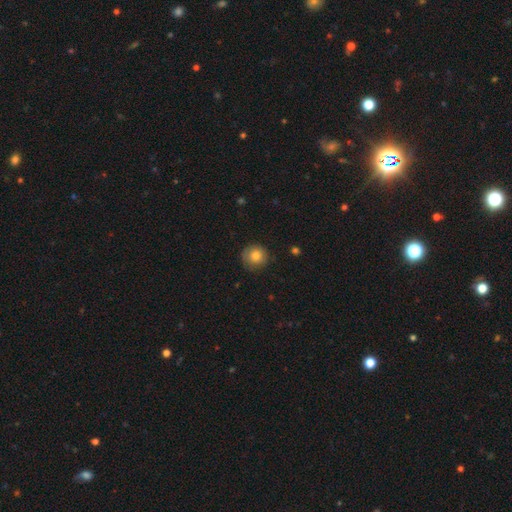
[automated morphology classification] A smooth galaxy with no disk features (78%) that is round (93%). Merging: none (81%).